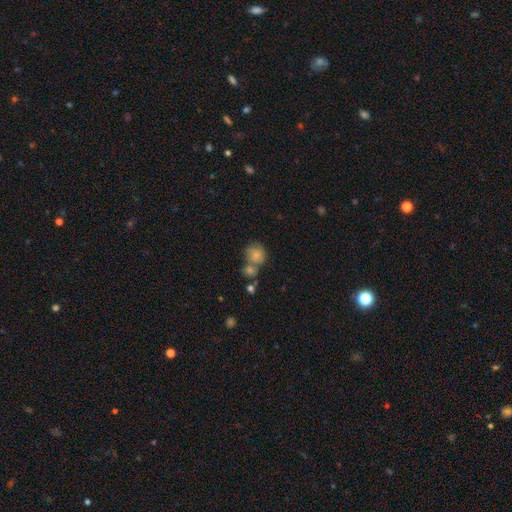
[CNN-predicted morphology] Smooth or featured?
  - smooth: 73% *
  - featured or disk: 17%
  - star or artifact: 10%
How rounded?
  - round: 74% *
  - in between: 25%
  - cigar-shaped: 1%
Merging?
  - merger: 41% *
  - none: 38%
  - minor disturbance: 15%
  - major disturbance: 6%